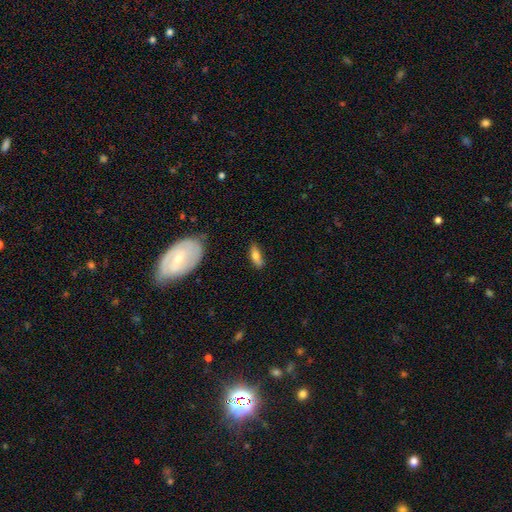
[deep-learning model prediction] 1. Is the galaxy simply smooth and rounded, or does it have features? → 76% smooth, 16% featured or disk, 8% star or artifact.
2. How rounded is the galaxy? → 69% in between, 28% cigar-shaped, 3% round.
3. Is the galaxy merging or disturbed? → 68% none, 23% minor disturbance, 6% major disturbance, 3% merger.